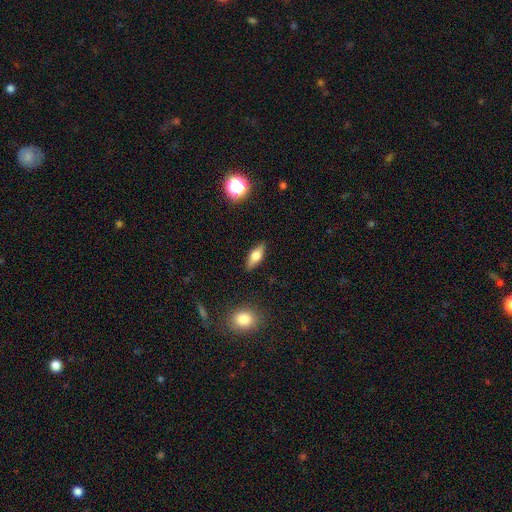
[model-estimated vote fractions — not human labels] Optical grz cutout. It shows a smooth galaxy with no disk features (51%) that is in between round and cigar-shaped (64%). Merging: none (87%).